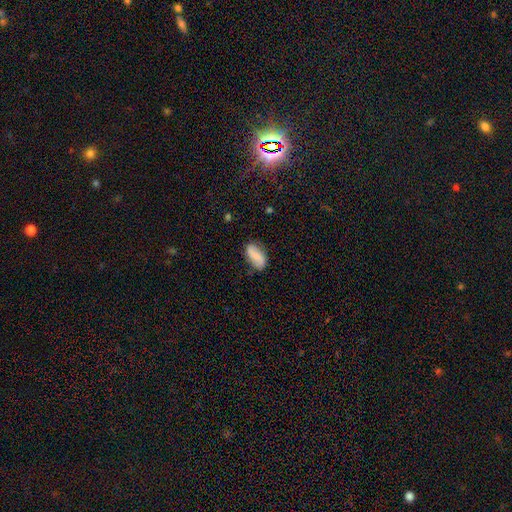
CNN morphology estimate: A smooth galaxy with no disk features (62%) that is in between round and cigar-shaped (91%). Merging: none (76%).